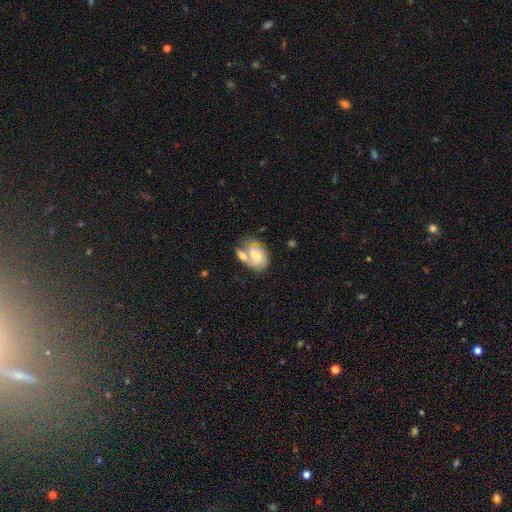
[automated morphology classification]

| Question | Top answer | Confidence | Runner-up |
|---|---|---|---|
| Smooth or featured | featured or disk | 58% | smooth (35%) |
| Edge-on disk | no | 97% | yes (3%) |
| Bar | no | 59% | weak (34%) |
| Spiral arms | yes | 83% | no (17%) |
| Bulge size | small | 53% | moderate (36%) |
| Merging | merger | 40% | none (33%) |